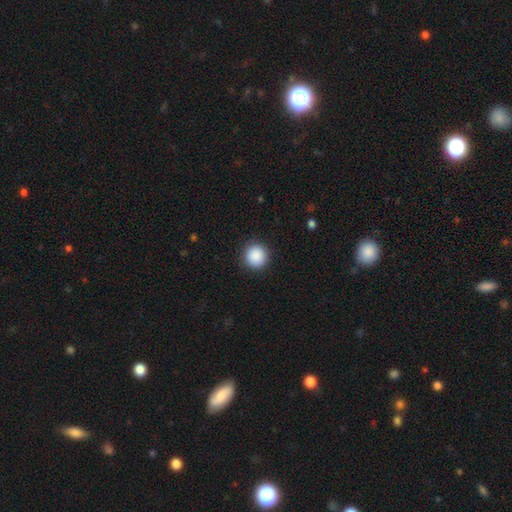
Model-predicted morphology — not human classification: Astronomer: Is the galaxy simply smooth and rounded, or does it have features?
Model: smooth — 89%.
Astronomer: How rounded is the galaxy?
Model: round — 95%.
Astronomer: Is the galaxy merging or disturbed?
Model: none — 92%.